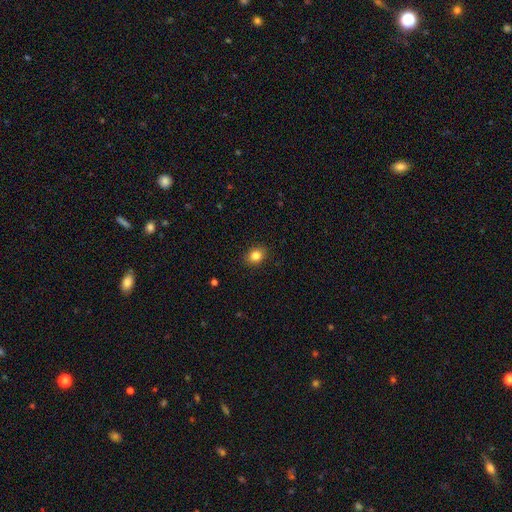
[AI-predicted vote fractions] Smooth or featured: smooth — 84% (star or artifact — 11%)
How rounded: round — 56% (in between — 43%)
Merging: none — 90% (minor disturbance — 7%)